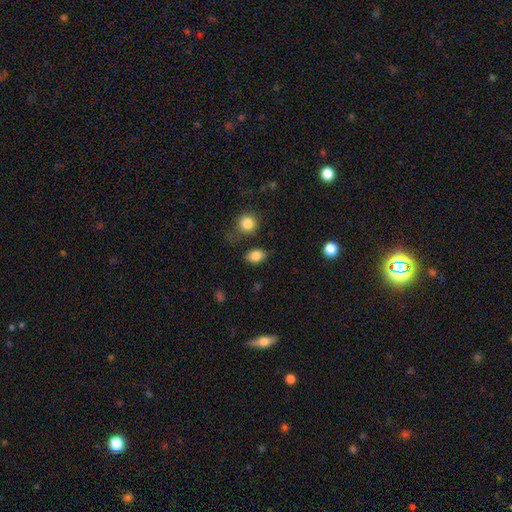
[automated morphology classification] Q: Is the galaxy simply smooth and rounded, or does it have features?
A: smooth — 83%.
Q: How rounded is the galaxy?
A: in between — 76%.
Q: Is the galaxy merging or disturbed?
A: none — 77%.